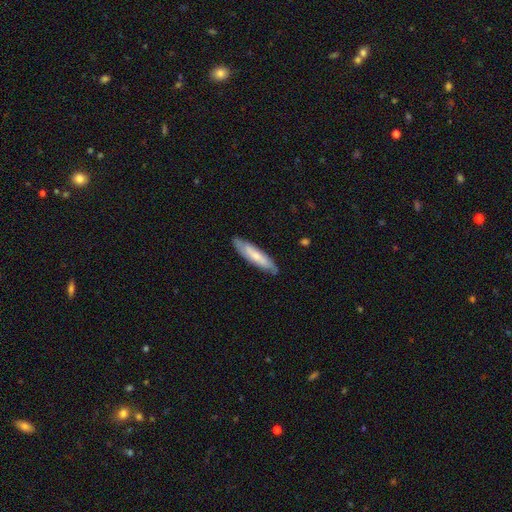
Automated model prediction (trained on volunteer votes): smooth 61%, featured or disk 34%, star or artifact 5%. Down the decision tree: how rounded — cigar-shaped (79%); merging — none (84%).